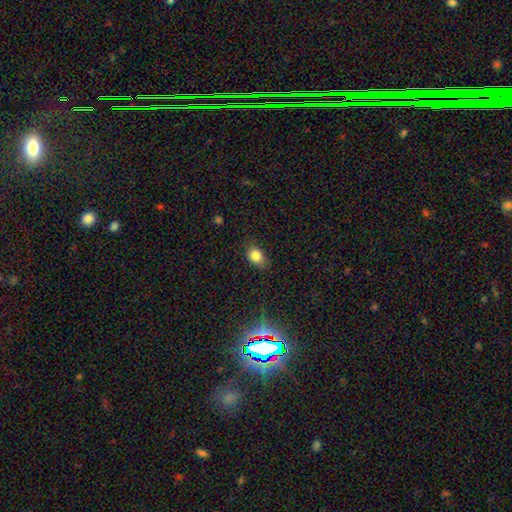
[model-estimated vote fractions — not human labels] This is clearly a smooth galaxy (83%). How rounded: likely in between (66%). Merging: likely none (78%).